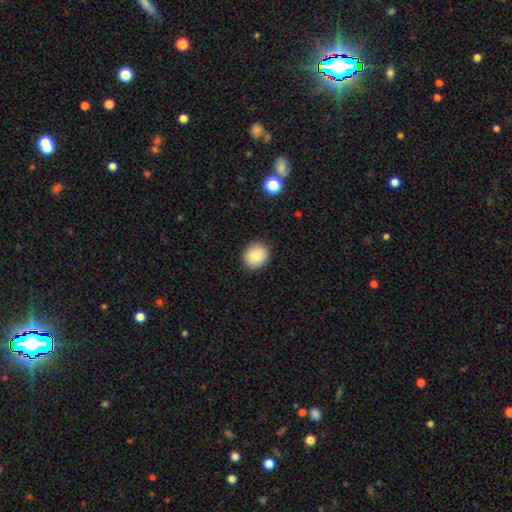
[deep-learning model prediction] smooth_or_featured: smooth (p=0.86) [alt: star or artifact p=0.08]
how_rounded: round (p=0.73) [alt: in between p=0.26]
merging: none (p=0.90) [alt: minor disturbance p=0.07]